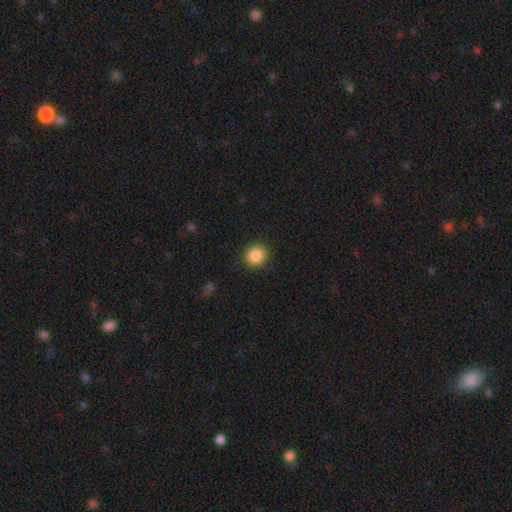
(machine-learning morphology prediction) Smooth or featured?
  - smooth: 87% *
  - star or artifact: 9%
  - featured or disk: 4%
How rounded?
  - round: 88% *
  - in between: 11%
  - cigar-shaped: 1%
Merging?
  - none: 90% *
  - minor disturbance: 7%
  - major disturbance: 2%
  - merger: 1%